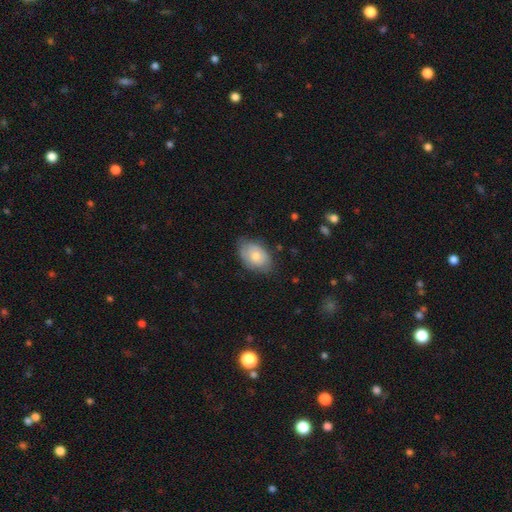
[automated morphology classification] Smooth or featured: smooth — 64% (featured or disk — 30%)
How rounded: in between — 86% (round — 13%)
Merging: none — 69% (minor disturbance — 24%)